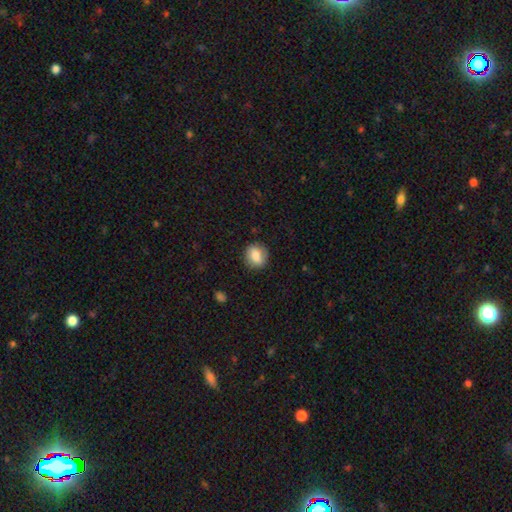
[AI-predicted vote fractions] smooth_or_featured: smooth (p=0.80) [alt: featured or disk p=0.13]
how_rounded: round (p=0.65) [alt: in between p=0.33]
merging: none (p=0.86) [alt: minor disturbance p=0.10]